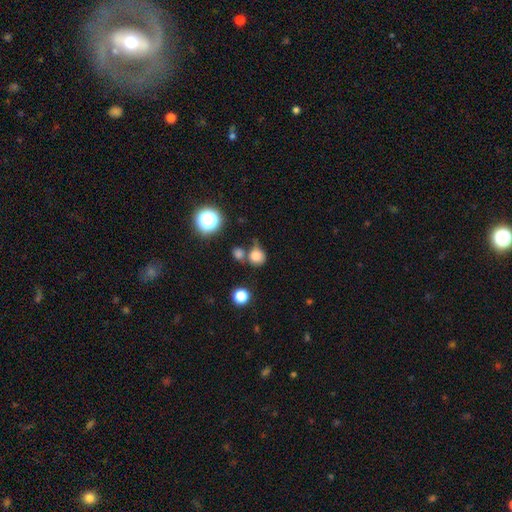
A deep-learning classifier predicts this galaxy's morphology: Smooth or featured?
  - smooth: 78% *
  - star or artifact: 14%
  - featured or disk: 7%
How rounded?
  - round: 80% *
  - in between: 19%
  - cigar-shaped: 1%
Merging?
  - none: 50% *
  - merger: 24%
  - minor disturbance: 18%
  - major disturbance: 8%